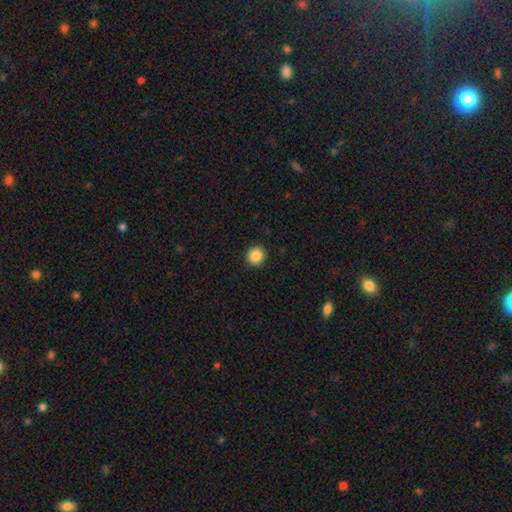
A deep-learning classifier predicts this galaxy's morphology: type=smooth (88%); roundness=round (92%); merging=none (92%).